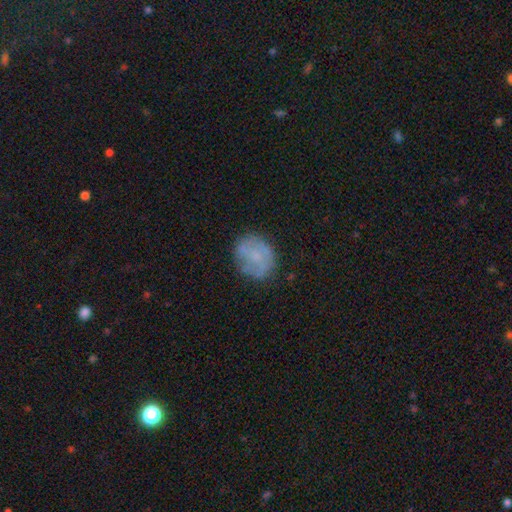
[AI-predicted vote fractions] smooth-or-featured: smooth: 49% | featured or disk: 43% | star or artifact: 8%
  merging: none: 70% | minor disturbance: 20% | major disturbance: 8% | merger: 2%